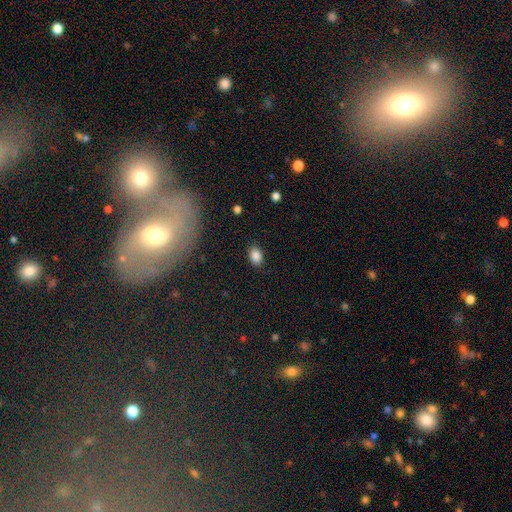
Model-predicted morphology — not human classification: Smooth or featured? smooth (86%)
How rounded? in between (78%)
Merging? none (85%)